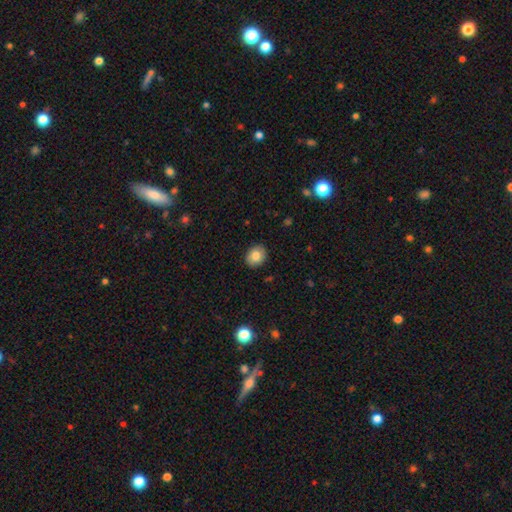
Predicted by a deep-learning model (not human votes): smooth-or-featured: smooth: 80% | featured or disk: 11% | star or artifact: 9%
  how-rounded: round: 58% | in between: 41% | cigar-shaped: 1%
  merging: none: 88% | minor disturbance: 9% | major disturbance: 2% | merger: 1%